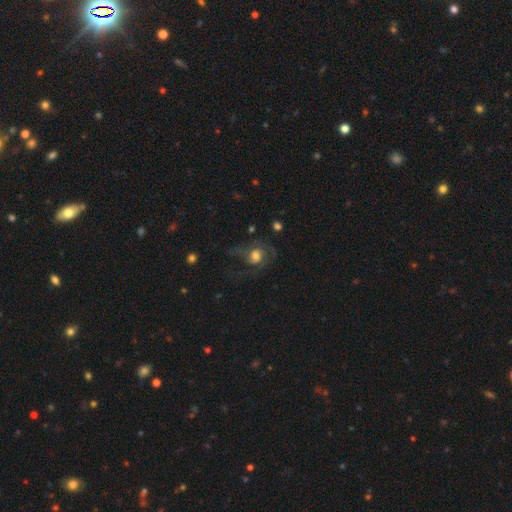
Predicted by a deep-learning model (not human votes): Overall: featured or disk (54%; smooth 36%). Edge-on disk: no (97%). Bar: no (75%). Spiral arms: yes (74%). Bulge size: moderate (54%; large 23%). Merging: major disturbance (40%, tied with none).